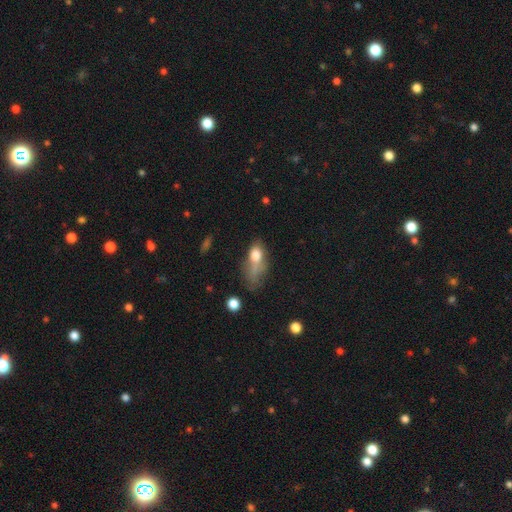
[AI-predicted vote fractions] Overall: smooth (69%). How rounded: in between (72%). Merging: major disturbance (40%; minor disturbance 24%).